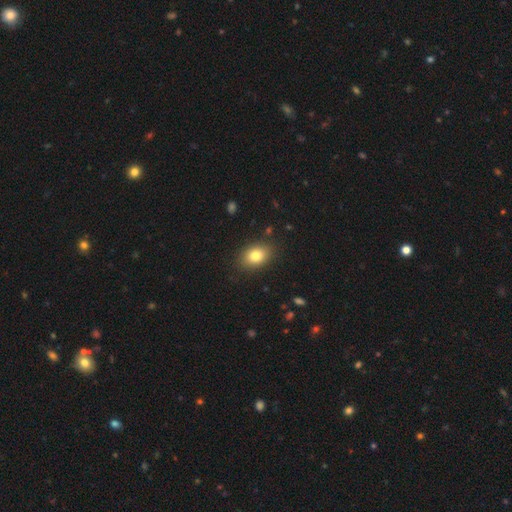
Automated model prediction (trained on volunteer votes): Smooth or featured: smooth — 81% (featured or disk — 10%)
How rounded: in between — 77% (round — 22%)
Merging: none — 87% (minor disturbance — 9%)